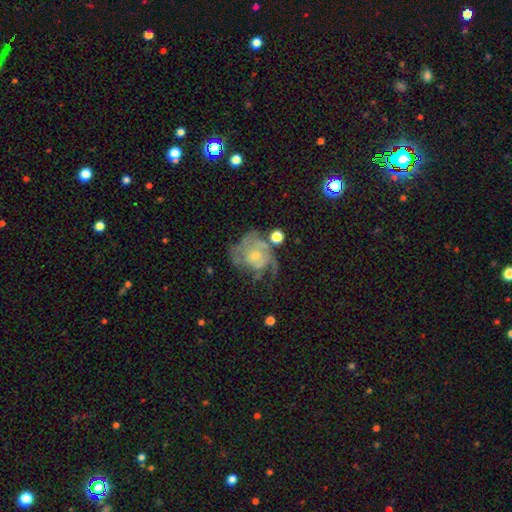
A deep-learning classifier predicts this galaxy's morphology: Q: Smooth or featured?
A: featured or disk (74%); runner-up: smooth (16%)
Q: Edge-on disk?
A: no (98%); runner-up: yes (2%)
Q: Bar?
A: no (79%); runner-up: weak (18%)
Q: Spiral arms?
A: yes (79%); runner-up: no (21%)
Q: Spiral winding?
A: tight (47%); runner-up: medium (35%)
Q: Spiral arm count?
A: can't tell (43%); runner-up: 2 (20%)
Q: Bulge size?
A: small (65%); runner-up: moderate (28%)
Q: Merging?
A: none (42%); runner-up: major disturbance (30%)